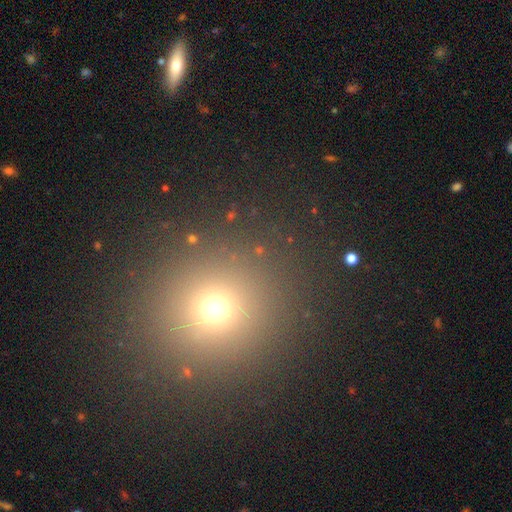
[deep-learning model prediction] Smooth or featured? smooth (64%)
How rounded? round (89%)
Merging? none (90%)